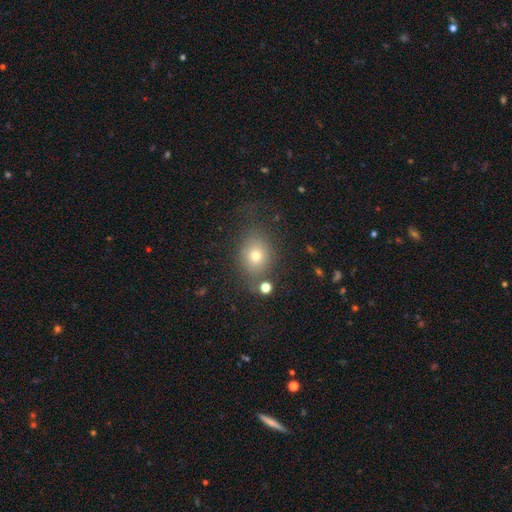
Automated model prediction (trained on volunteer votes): Smooth or featured? smooth (71%)
How rounded? round (55%)
Merging? none (68%)